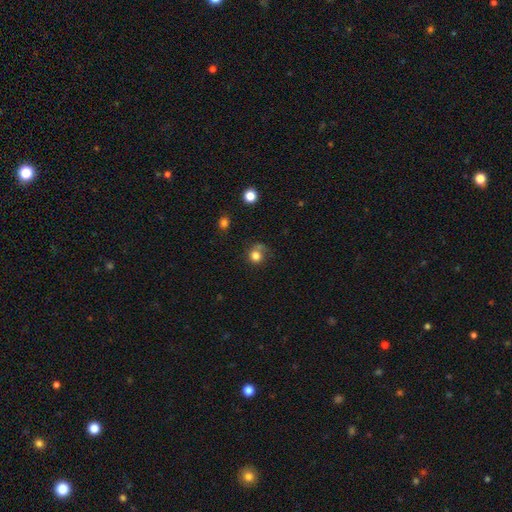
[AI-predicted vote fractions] The model was most divided on "merging": none: 54%, minor disturbance: 21%, major disturbance: 18%, merger: 7%. More confident: how rounded — round (86%); smooth or featured — smooth (78%).